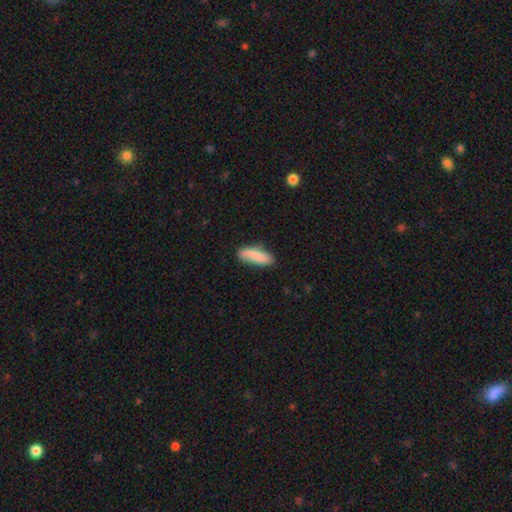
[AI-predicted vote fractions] Morphology: type=smooth (83%); roundness=in between (57%); merging=none (71%).